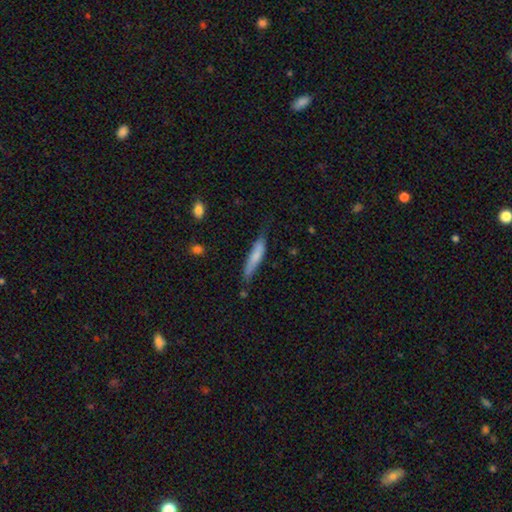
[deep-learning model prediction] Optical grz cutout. It shows a smooth galaxy with no disk features (72%) that is cigar-shaped (88%). Merging: none (62%).